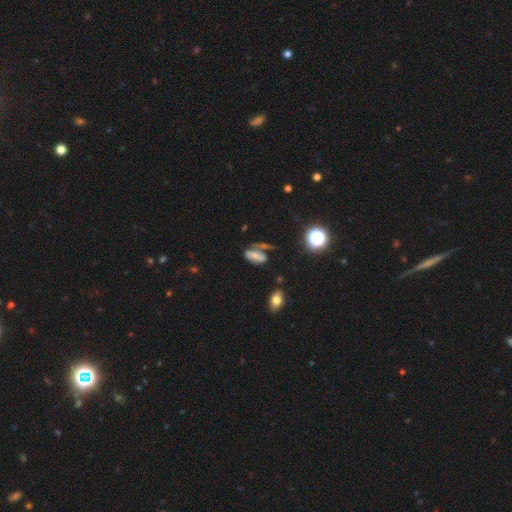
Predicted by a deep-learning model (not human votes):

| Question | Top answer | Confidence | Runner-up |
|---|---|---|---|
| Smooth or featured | smooth | 56% | featured or disk (26%) |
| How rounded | in between | 84% | cigar-shaped (8%) |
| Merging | none | 41% | minor disturbance (23%) |